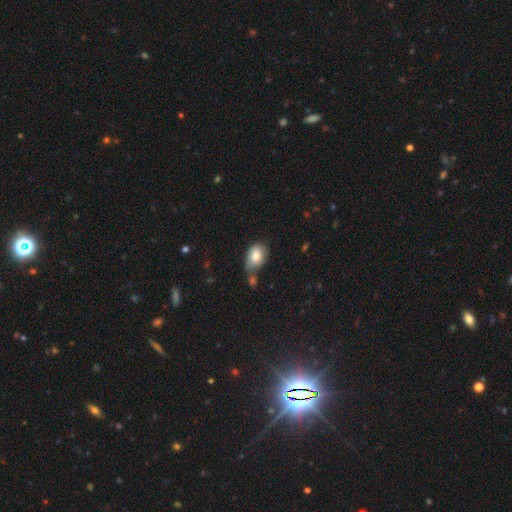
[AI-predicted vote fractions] Smooth or featured?
  - smooth: 82% *
  - featured or disk: 11%
  - star or artifact: 7%
How rounded?
  - in between: 78% *
  - round: 21%
  - cigar-shaped: 1%
Merging?
  - none: 45% *
  - merger: 24%
  - minor disturbance: 23%
  - major disturbance: 8%